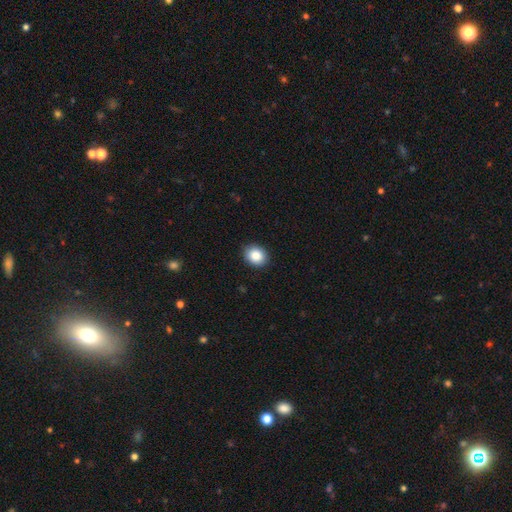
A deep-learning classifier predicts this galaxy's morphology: This is clearly a smooth galaxy (88%). How rounded: likely round (61%). Merging: clearly none (88%).